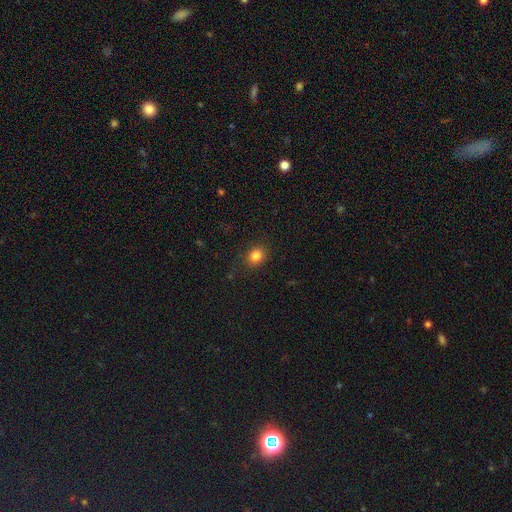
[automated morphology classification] A smooth galaxy with no disk features (83%) that is round (65%). Merging: none (85%).